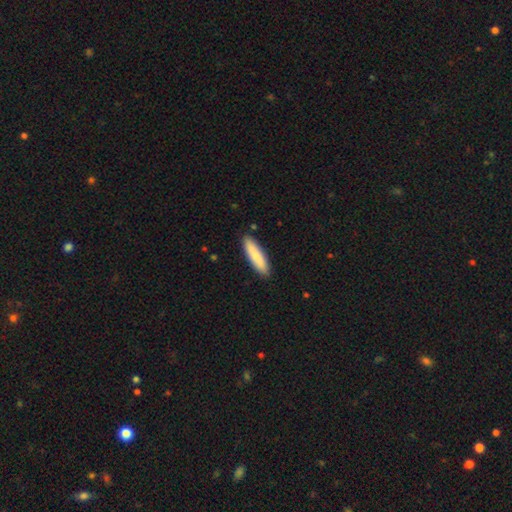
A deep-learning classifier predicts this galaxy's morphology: A smooth galaxy with no disk features (83%) that is cigar-shaped (68%). Merging: none (89%).